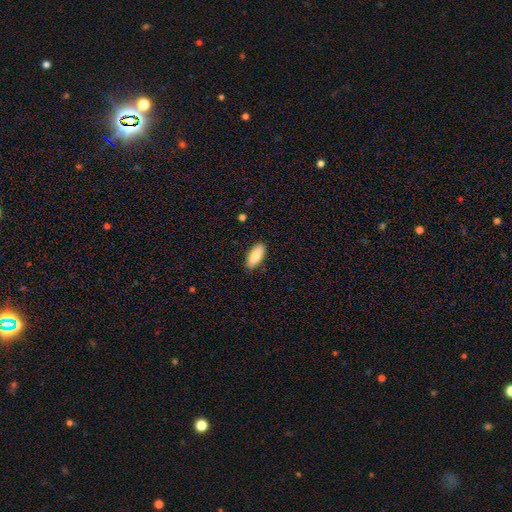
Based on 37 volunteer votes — Smooth or featured: smooth — 84% (featured or disk — 8%)
How rounded: in between — 81% (cigar-shaped — 19%)
Merging: none — 88% (minor disturbance — 6%)